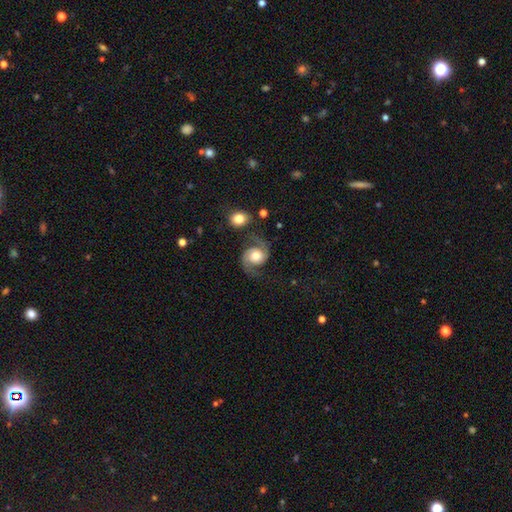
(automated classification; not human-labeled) Smooth or featured? featured or disk (80%)
Edge-on disk? no (98%)
Bar? no (70%)
Spiral arms? yes (95%)
Spiral winding? medium (46%)
Spiral arm count? 2 (93%)
Bulge size? moderate (63%)
Merging? none (70%)